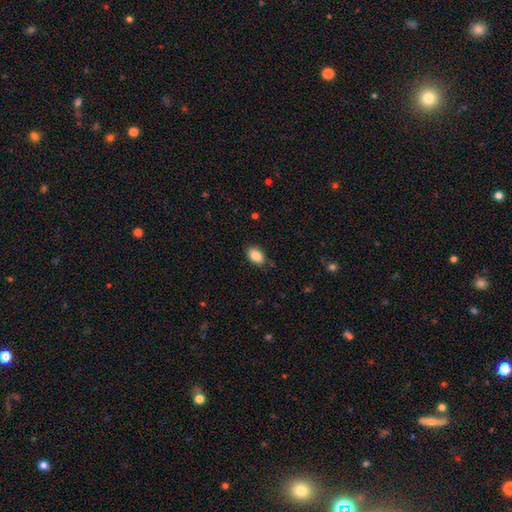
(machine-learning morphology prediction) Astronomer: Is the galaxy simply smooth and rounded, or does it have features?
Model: smooth — 87%.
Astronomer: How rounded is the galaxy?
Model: in between — 88%.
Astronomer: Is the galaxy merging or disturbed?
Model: none — 84%.